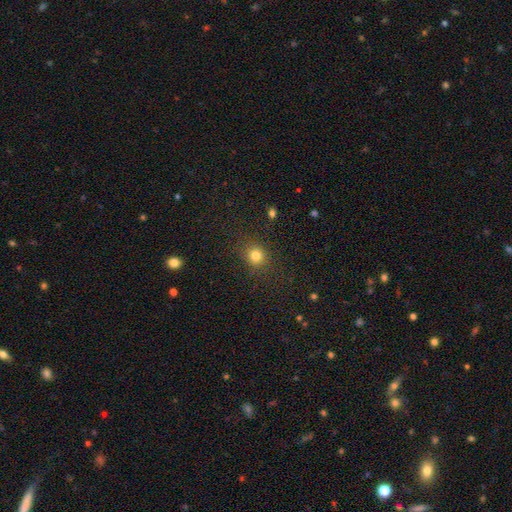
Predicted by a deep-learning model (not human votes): Morphology: type=smooth (81%); roundness=round (85%); merging=none (87%).